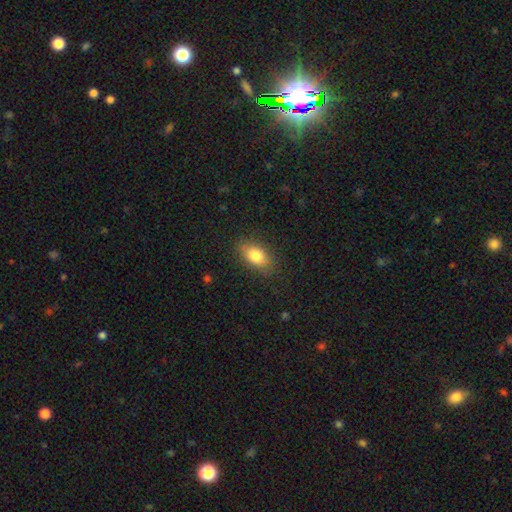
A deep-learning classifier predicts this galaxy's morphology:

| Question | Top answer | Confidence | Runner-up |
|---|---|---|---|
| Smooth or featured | smooth | 81% | featured or disk (11%) |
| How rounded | in between | 88% | round (8%) |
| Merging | none | 82% | minor disturbance (13%) |